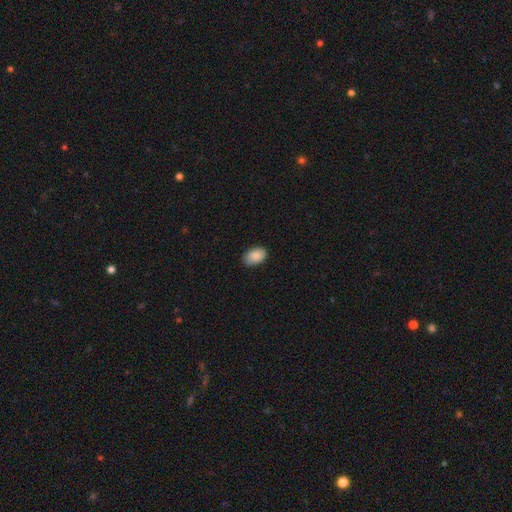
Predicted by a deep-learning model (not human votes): Q: Smooth or featured?
A: smooth (88%); runner-up: star or artifact (7%)
Q: How rounded?
A: in between (90%); runner-up: round (9%)
Q: Merging?
A: none (83%); runner-up: minor disturbance (14%)